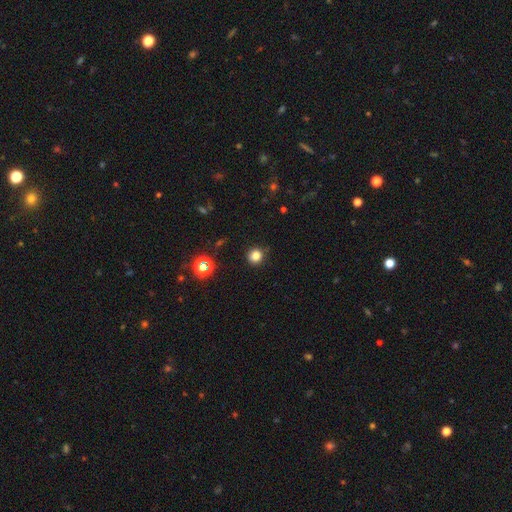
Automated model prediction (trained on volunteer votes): smooth-or-featured: smooth: 80% | star or artifact: 15% | featured or disk: 5%
  how-rounded: round: 92% | in between: 7% | cigar-shaped: 1%
  merging: none: 88% | minor disturbance: 8% | major disturbance: 2% | merger: 1%